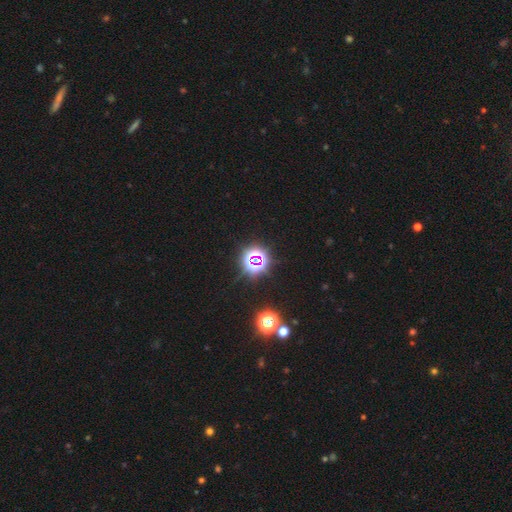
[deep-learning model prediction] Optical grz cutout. It shows a star or artifact, not a galaxy (74%).